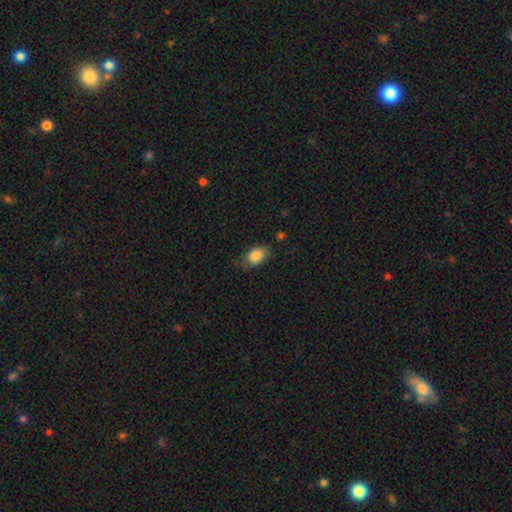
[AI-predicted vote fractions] This is clearly a smooth galaxy (86%). How rounded: clearly in between (85%). Merging: likely none (68%).